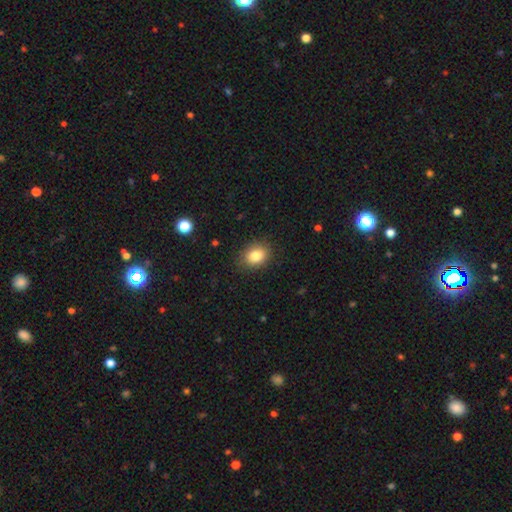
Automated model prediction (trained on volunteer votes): A smooth galaxy with no disk features (83%) that is in between round and cigar-shaped (57%).

Vote fractions:
- Smooth or featured? smooth: 83% / star or artifact: 9% / featured or disk: 7%
- How rounded? in between: 57% / round: 42% / cigar-shaped: 1%
- Merging? none: 85% / minor disturbance: 11% / major disturbance: 3% / merger: 1%